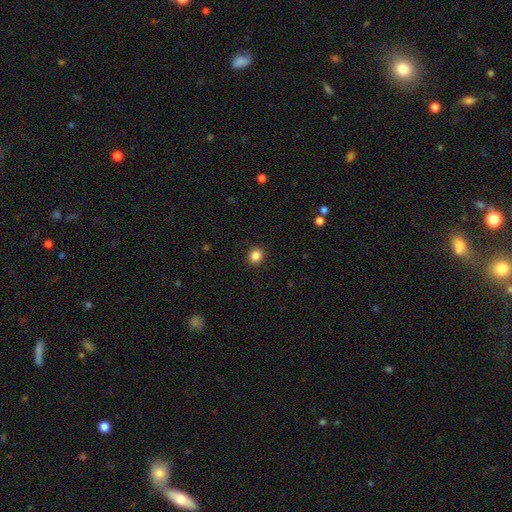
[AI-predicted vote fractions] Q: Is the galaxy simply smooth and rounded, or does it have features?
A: smooth — 86%.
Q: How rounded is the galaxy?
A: round — 75%.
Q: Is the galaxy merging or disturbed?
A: none — 91%.